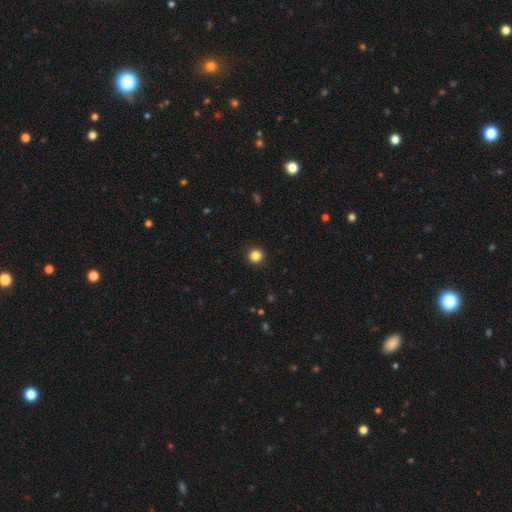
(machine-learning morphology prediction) smooth_or_featured: smooth (p=0.85) [alt: star or artifact p=0.12]
how_rounded: round (p=0.95) [alt: in between p=0.04]
merging: none (p=0.93) [alt: minor disturbance p=0.05]